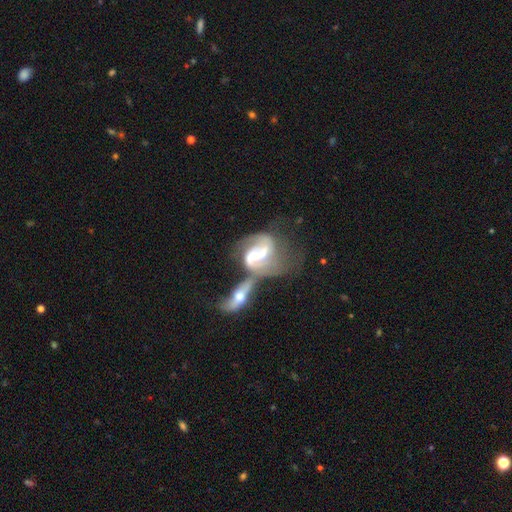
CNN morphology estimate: featured or disk 86%, smooth 9%, star or artifact 5%. Down the decision tree: edge-on disk — no (96%); bar — weak (42%); spiral arms — yes (93%); spiral arm count — 2 (82%); spiral winding — medium (46%); bulge size — moderate (54%); merging — merger (64%).